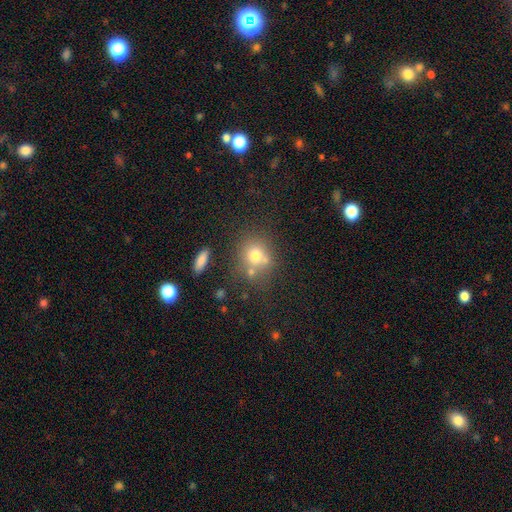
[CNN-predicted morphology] smooth-or-featured: smooth: 71% | featured or disk: 15% | star or artifact: 15%
  how-rounded: round: 78% | in between: 21% | cigar-shaped: 1%
  merging: none: 55% | merger: 26% | minor disturbance: 13% | major disturbance: 6%